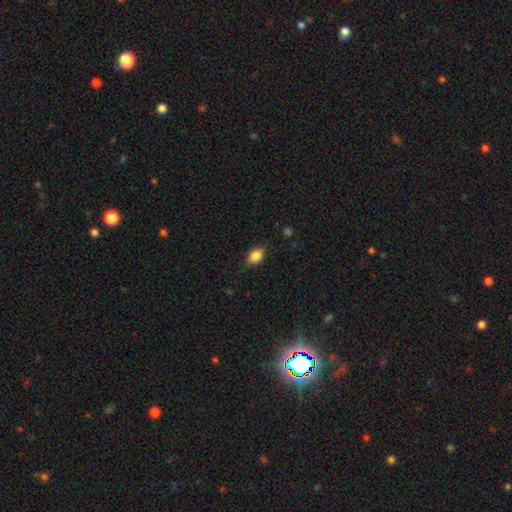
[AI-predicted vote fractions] The model was most divided on "how rounded": in between: 77%, round: 21%, cigar-shaped: 2%. More confident: smooth or featured — smooth (85%); merging — none (77%).